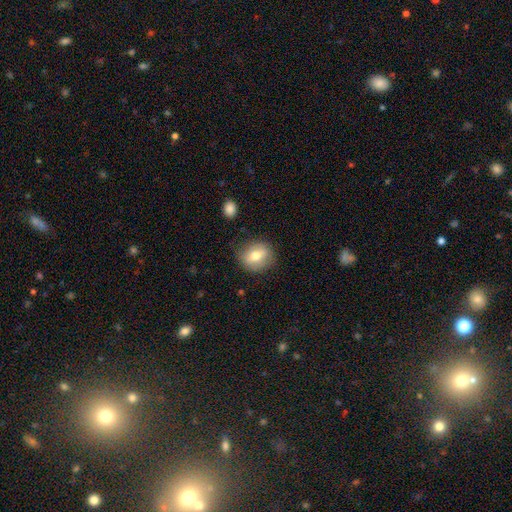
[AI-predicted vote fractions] Smooth or featured?
  - smooth: 66% *
  - featured or disk: 25%
  - star or artifact: 9%
How rounded?
  - round: 70% *
  - in between: 29%
  - cigar-shaped: 1%
Merging?
  - none: 83% *
  - minor disturbance: 12%
  - major disturbance: 3%
  - merger: 2%